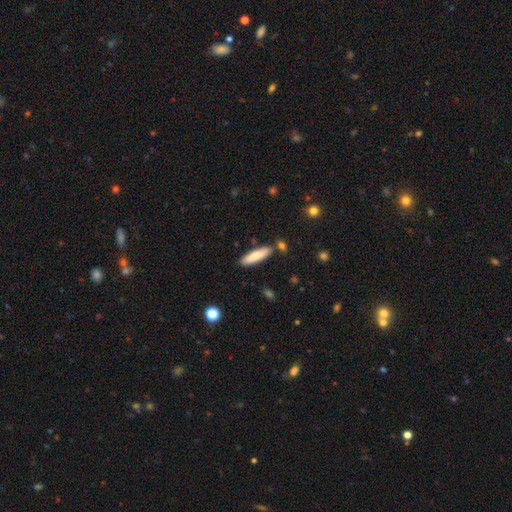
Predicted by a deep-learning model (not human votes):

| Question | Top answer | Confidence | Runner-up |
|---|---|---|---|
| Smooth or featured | smooth | 79% | featured or disk (15%) |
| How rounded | cigar-shaped | 72% | in between (27%) |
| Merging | none | 82% | minor disturbance (10%) |